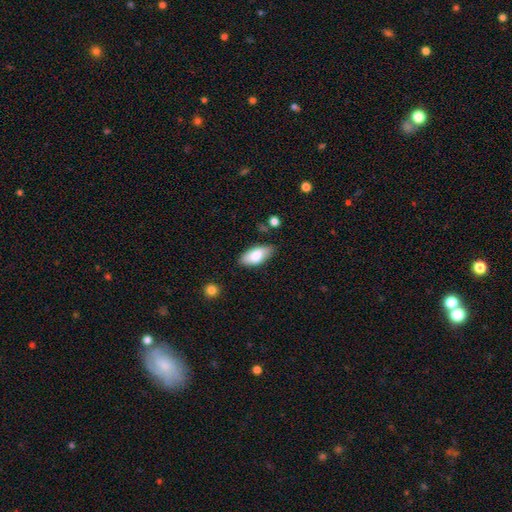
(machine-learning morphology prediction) This is clearly a smooth galaxy (81%). How rounded: clearly in between (90%). Merging: likely none (77%).